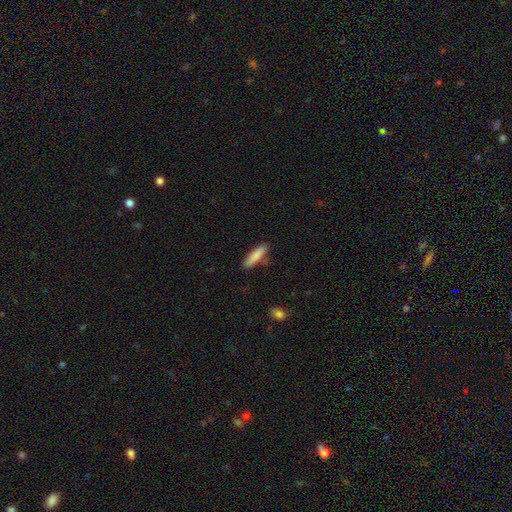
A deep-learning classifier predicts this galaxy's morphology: Smooth or featured?
  - smooth: 85% *
  - featured or disk: 9%
  - star or artifact: 6%
How rounded?
  - cigar-shaped: 72% *
  - in between: 26%
  - round: 1%
Merging?
  - none: 82% *
  - minor disturbance: 13%
  - merger: 3%
  - major disturbance: 2%